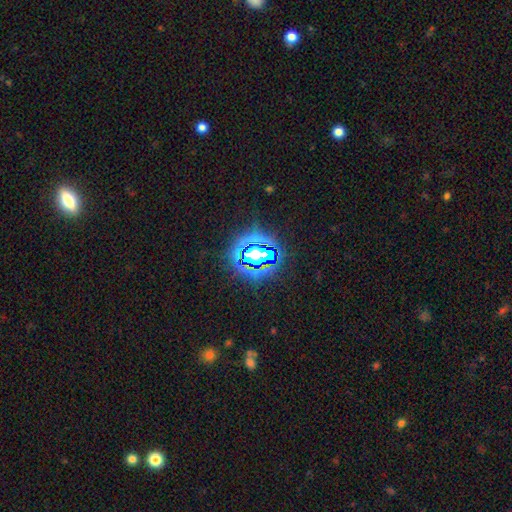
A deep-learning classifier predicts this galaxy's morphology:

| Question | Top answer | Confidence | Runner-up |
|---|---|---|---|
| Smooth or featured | star or artifact | 65% | smooth (24%) |